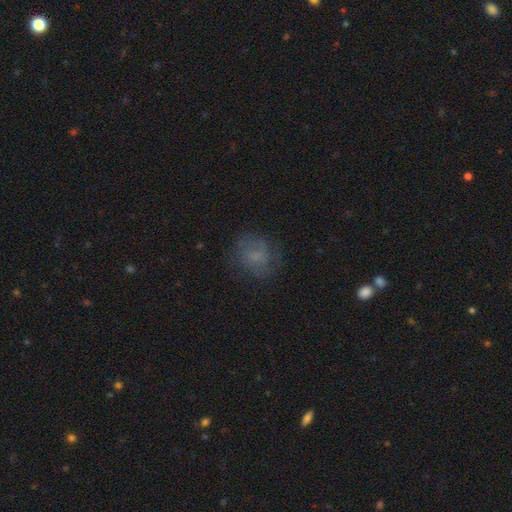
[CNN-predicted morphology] Overall: smooth (59%; featured or disk 26%). How rounded: round (73%). Merging: none (70%).